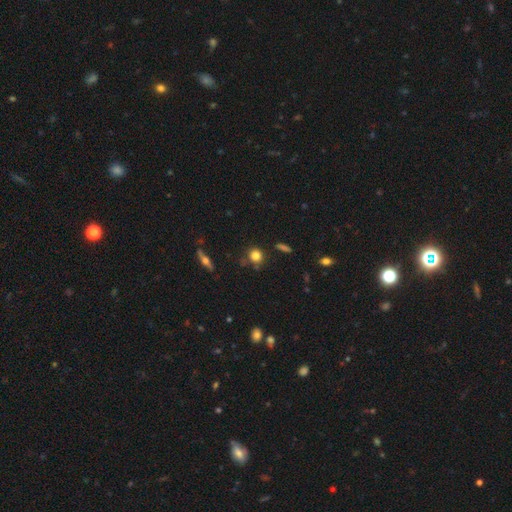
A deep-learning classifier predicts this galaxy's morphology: This is likely a smooth galaxy (79%). How rounded: clearly round (85%). Merging: likely none (78%).